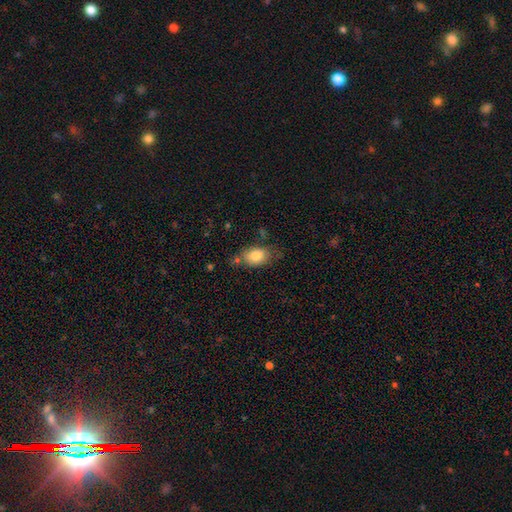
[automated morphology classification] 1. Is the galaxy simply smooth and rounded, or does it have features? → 80% smooth, 13% featured or disk, 8% star or artifact.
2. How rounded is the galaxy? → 84% in between, 13% round, 2% cigar-shaped.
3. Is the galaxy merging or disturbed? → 61% none, 25% minor disturbance, 7% major disturbance, 7% merger.